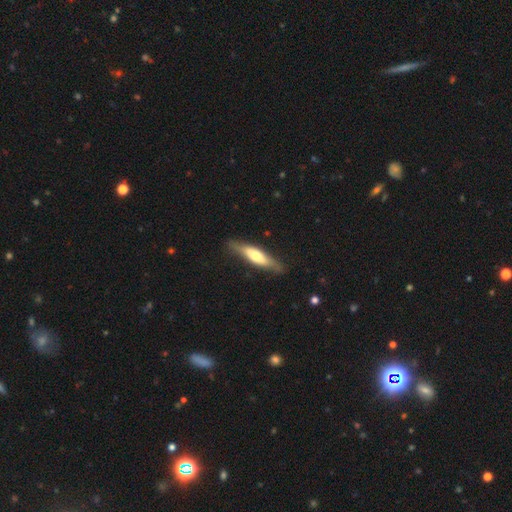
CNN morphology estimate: Smooth or featured?
  - featured or disk: 48% *
  - smooth: 47%
  - star or artifact: 5%
Merging?
  - none: 80% *
  - minor disturbance: 15%
  - major disturbance: 4%
  - merger: 1%